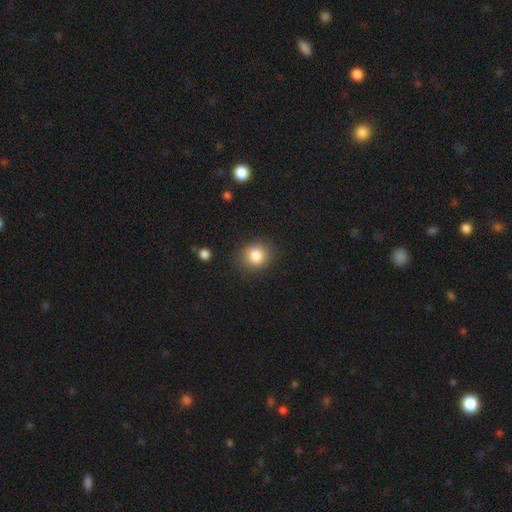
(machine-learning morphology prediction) Smooth or featured? Predicted: smooth (p=0.83). How rounded? Predicted: round (p=0.75). Merging? Predicted: none (p=0.84).